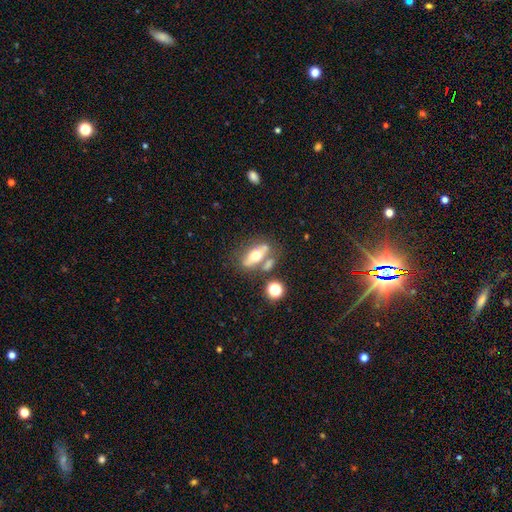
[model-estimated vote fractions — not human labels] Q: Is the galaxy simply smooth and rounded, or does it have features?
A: smooth — 47%.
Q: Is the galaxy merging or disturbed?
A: none — 57%.